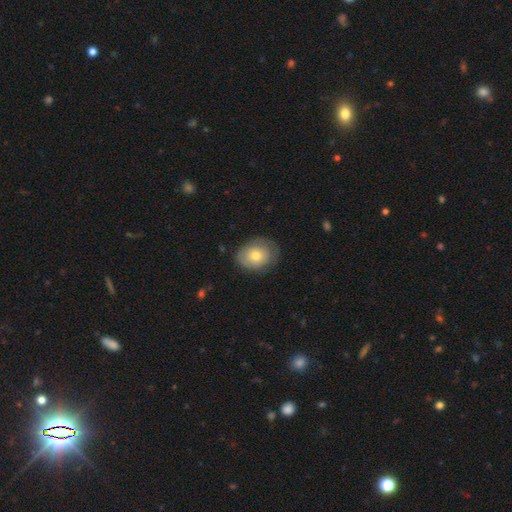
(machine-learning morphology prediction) Smooth or featured: smooth — 64% (featured or disk — 28%)
How rounded: in between — 59% (round — 40%)
Merging: none — 72% (minor disturbance — 21%)